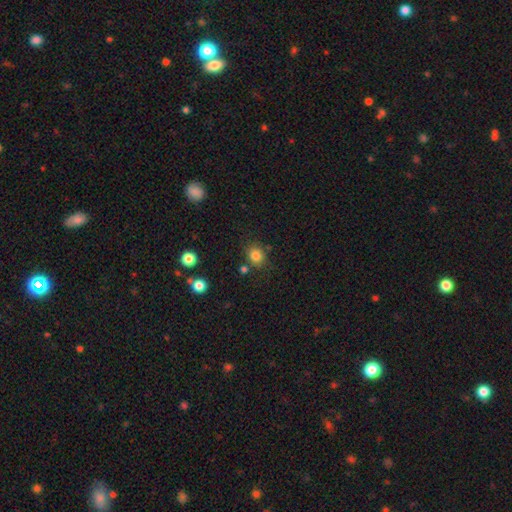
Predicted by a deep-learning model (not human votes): A smooth galaxy with no disk features (82%) that is round (70%).

Vote fractions:
- Smooth or featured? smooth: 82% / star or artifact: 12% / featured or disk: 6%
- How rounded? round: 70% / in between: 29% / cigar-shaped: 1%
- Merging? none: 78% / minor disturbance: 12% / merger: 6% / major disturbance: 4%